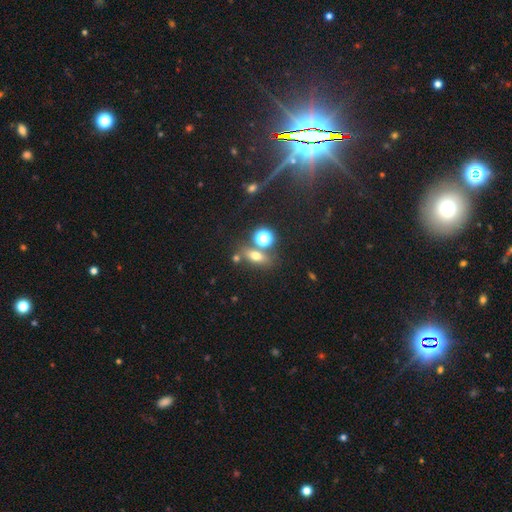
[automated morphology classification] This appears to be a smooth galaxy with no disk features (61%) that is in between round and cigar-shaped (58%). Merging: none (66%).